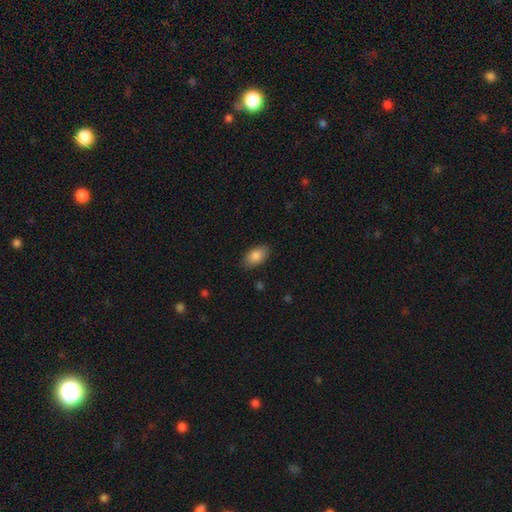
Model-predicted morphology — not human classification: This appears to be a smooth galaxy with no disk features (85%) that is in between round and cigar-shaped (93%). Merging: none (86%).